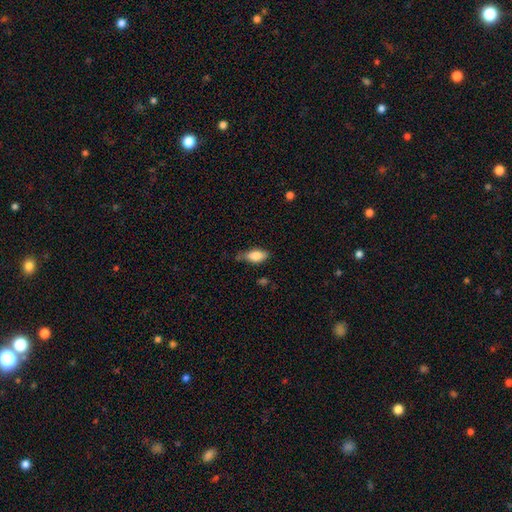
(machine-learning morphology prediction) smooth-or-featured: smooth: 82% | featured or disk: 11% | star or artifact: 7%
  how-rounded: in between: 85% | cigar-shaped: 12% | round: 3%
  merging: none: 60% | minor disturbance: 30% | major disturbance: 6% | merger: 3%